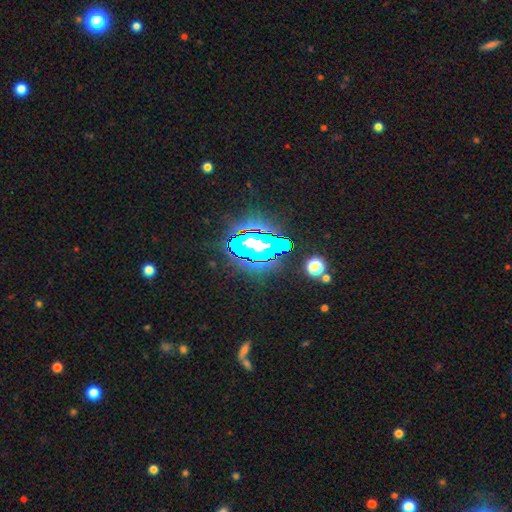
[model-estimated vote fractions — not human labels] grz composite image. It shows a star or artifact, not a galaxy (72%).